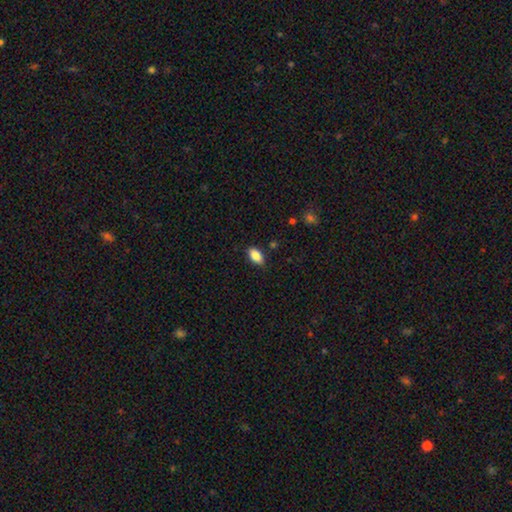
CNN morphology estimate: A smooth galaxy with no disk features (86%) that is in between round and cigar-shaped (92%). Merging: none (85%).